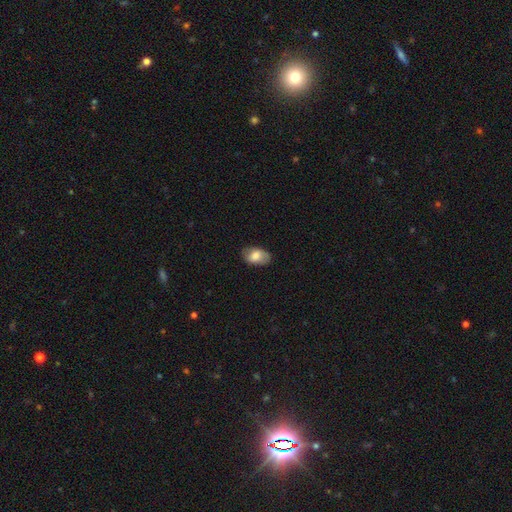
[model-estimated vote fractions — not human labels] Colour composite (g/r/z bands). It shows a smooth galaxy with no disk features (76%) that is in between round and cigar-shaped (91%). Merging: none (79%).